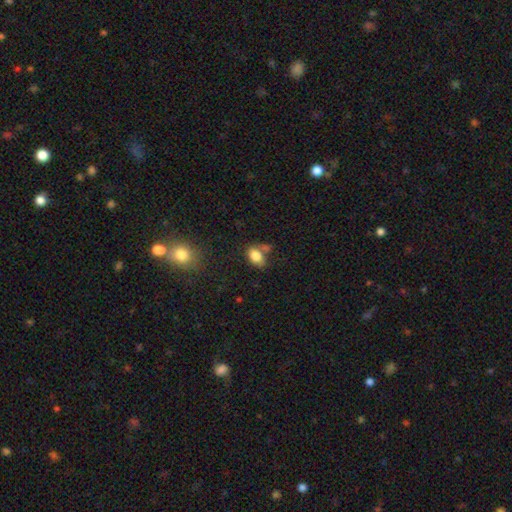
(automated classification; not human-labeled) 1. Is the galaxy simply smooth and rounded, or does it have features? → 83% smooth, 9% star or artifact, 8% featured or disk.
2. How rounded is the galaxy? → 80% in between, 19% round, 1% cigar-shaped.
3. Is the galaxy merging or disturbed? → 53% none, 22% merger, 19% minor disturbance, 7% major disturbance.